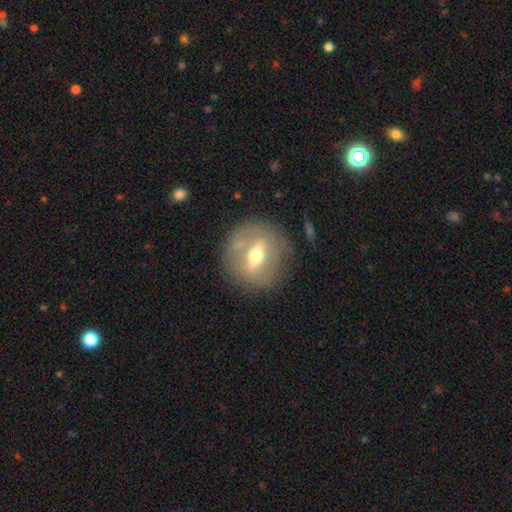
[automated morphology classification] featured or disk 64%, smooth 29%, star or artifact 7%. Down the decision tree: edge-on disk — no (75%); merging — none (80%).